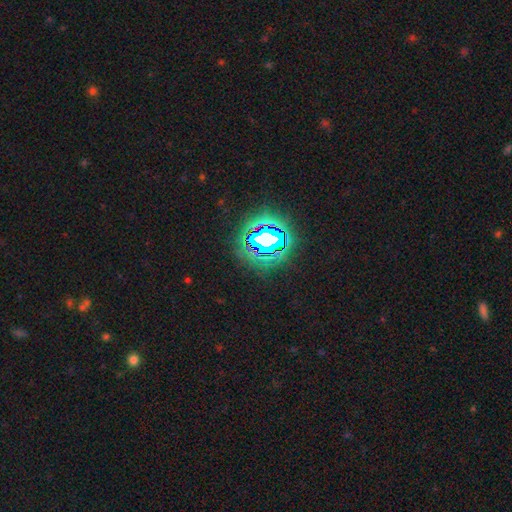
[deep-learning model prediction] Q: Smooth or featured?
A: star or artifact (84%); runner-up: smooth (11%)